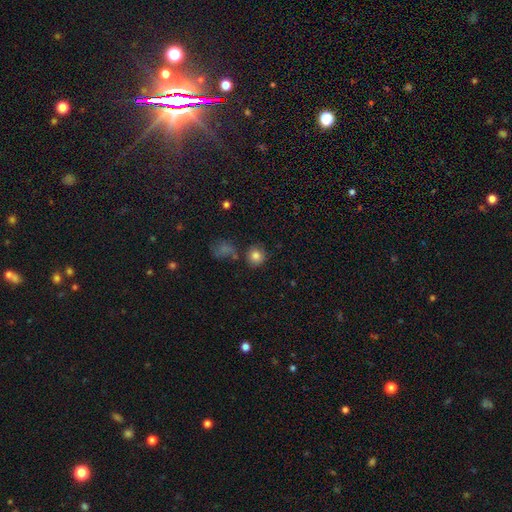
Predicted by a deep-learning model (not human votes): smooth 82%, star or artifact 11%, featured or disk 7%. Down the decision tree: how rounded — round (88%); merging — none (75%).